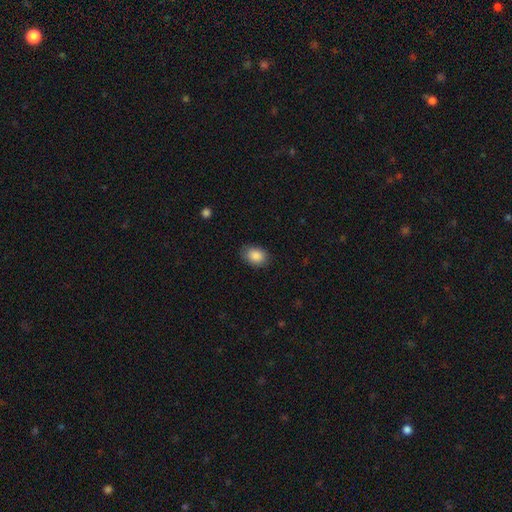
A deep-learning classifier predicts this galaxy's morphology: smooth_or_featured: smooth (p=0.88) [alt: star or artifact p=0.07]
how_rounded: in between (p=0.78) [alt: round p=0.21]
merging: none (p=0.85) [alt: minor disturbance p=0.12]